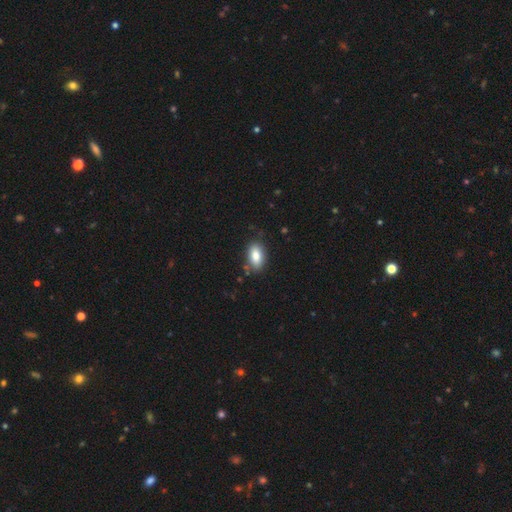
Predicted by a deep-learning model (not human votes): Q: Smooth or featured?
A: smooth (84%); runner-up: featured or disk (9%)
Q: How rounded?
A: in between (91%); runner-up: round (6%)
Q: Merging?
A: none (83%); runner-up: minor disturbance (12%)